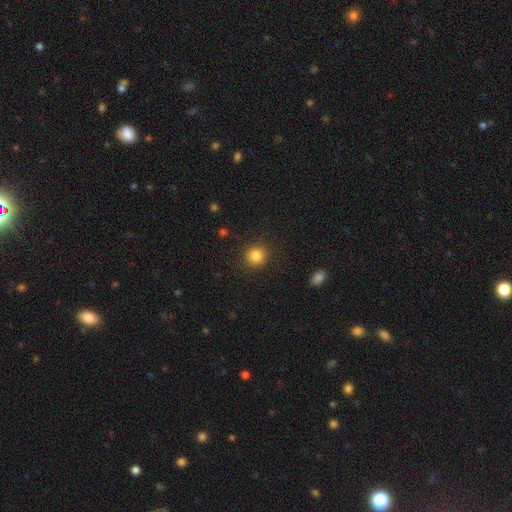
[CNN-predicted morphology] Q: Smooth or featured?
A: smooth (84%); runner-up: star or artifact (11%)
Q: How rounded?
A: round (91%); runner-up: in between (8%)
Q: Merging?
A: none (90%); runner-up: minor disturbance (6%)